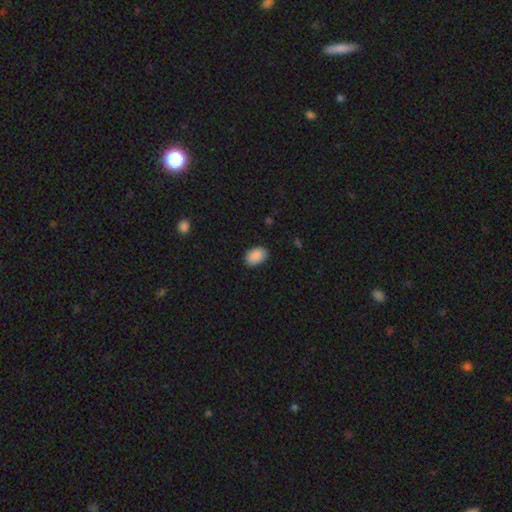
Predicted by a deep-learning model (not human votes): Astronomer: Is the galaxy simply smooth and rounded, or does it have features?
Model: smooth — 90%.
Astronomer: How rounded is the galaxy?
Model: in between — 88%.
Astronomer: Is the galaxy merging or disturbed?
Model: none — 88%.